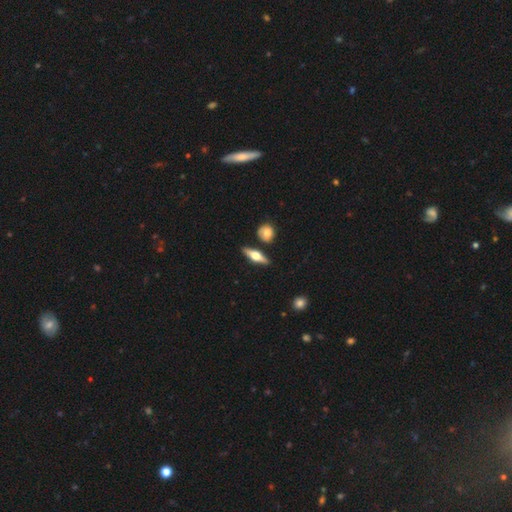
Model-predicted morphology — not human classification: Smooth or featured?
  - featured or disk: 63% *
  - smooth: 31%
  - star or artifact: 6%
Edge-on disk?
  - yes: 95% *
  - no: 5%
Edge-on bulge?
  - rounded: 94% *
  - boxy: 4%
  - none: 2%
Merging?
  - none: 84% *
  - minor disturbance: 9%
  - merger: 5%
  - major disturbance: 2%